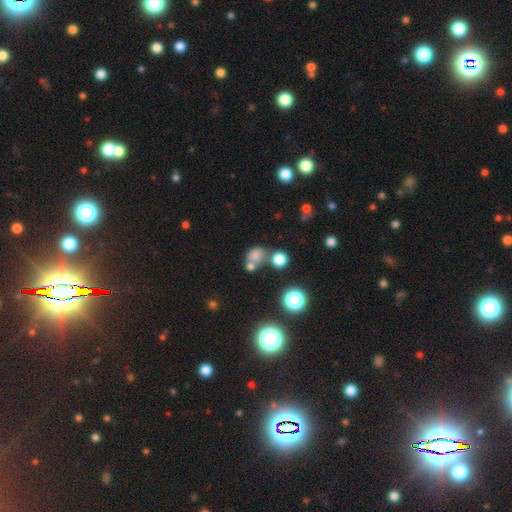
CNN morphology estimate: smooth 68%, star or artifact 20%, featured or disk 12%. Down the decision tree: how rounded — round (55%); merging — merger (40%).